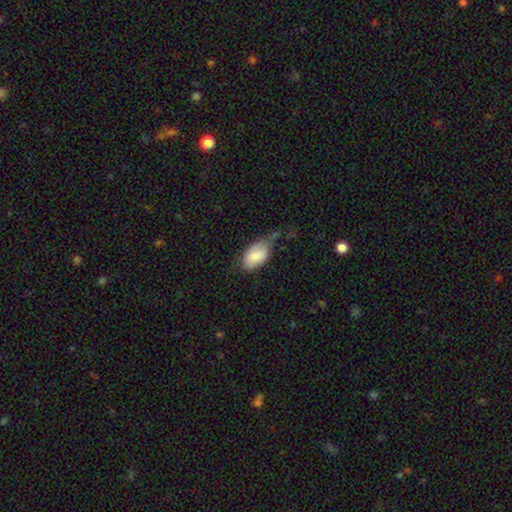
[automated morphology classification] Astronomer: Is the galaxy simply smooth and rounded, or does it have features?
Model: smooth — 78%.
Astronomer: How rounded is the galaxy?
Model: in between — 93%.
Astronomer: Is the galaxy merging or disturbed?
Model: none — 34%, tied with minor disturbance at 34%.